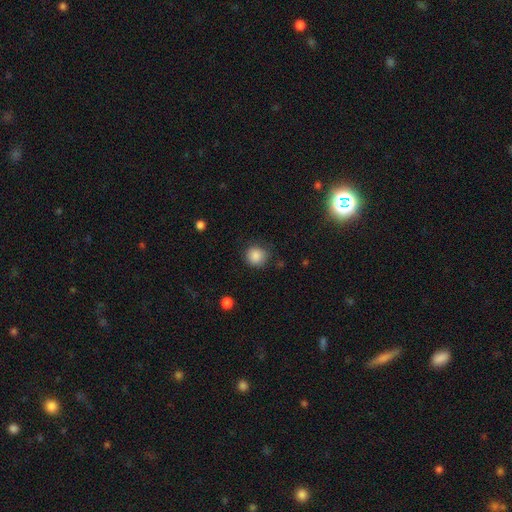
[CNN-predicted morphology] Smooth or featured?
  - smooth: 87% *
  - star or artifact: 10%
  - featured or disk: 4%
How rounded?
  - round: 91% *
  - in between: 9%
  - cigar-shaped: 1%
Merging?
  - none: 81% *
  - minor disturbance: 14%
  - major disturbance: 4%
  - merger: 1%